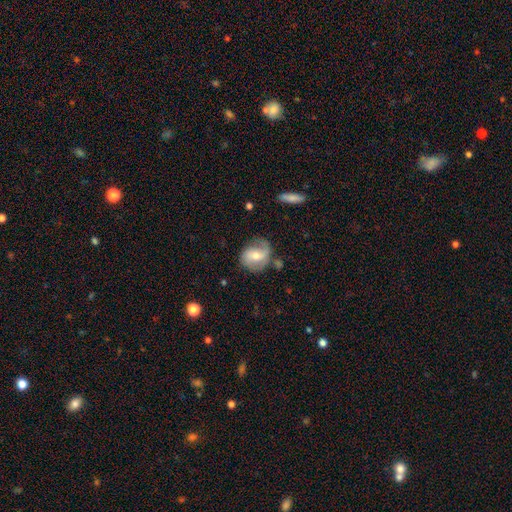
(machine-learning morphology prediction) The model was most divided on "bar": no: 43%, weak: 41%, strong: 17%. More confident: edge-on disk — no (96%); spiral arms — yes (80%); bulge size — moderate (59%); merging — none (57%); smooth or featured — featured or disk (57%).